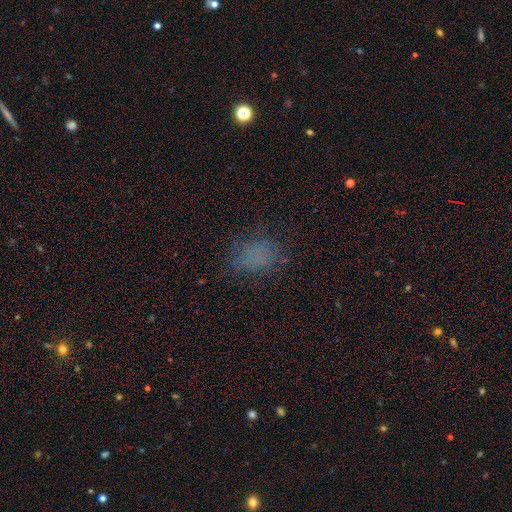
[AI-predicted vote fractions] Morphology: type=smooth (71%); roundness=in between (65%); merging=none (72%).